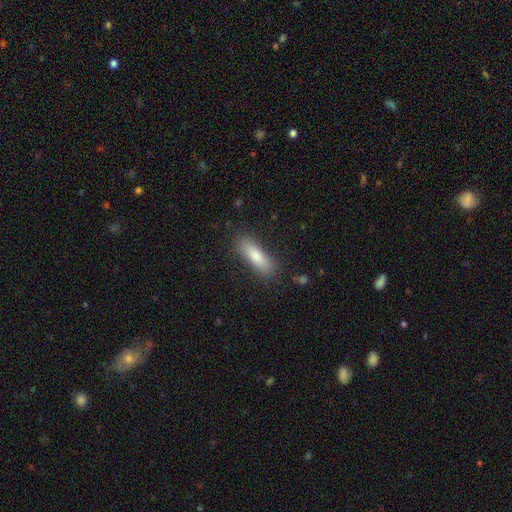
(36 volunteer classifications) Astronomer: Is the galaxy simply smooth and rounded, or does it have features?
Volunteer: smooth — 61%.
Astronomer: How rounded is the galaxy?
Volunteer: cigar-shaped — 64%.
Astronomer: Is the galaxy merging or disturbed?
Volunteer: none — 85%.